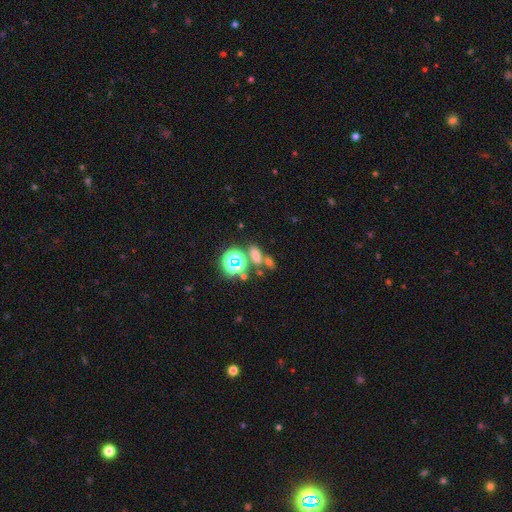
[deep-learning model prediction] A smooth galaxy with no disk features (57%) that is in between round and cigar-shaped (60%). Merging: none (57%).